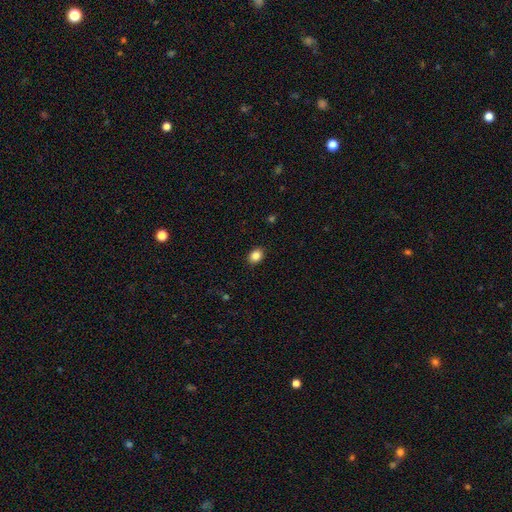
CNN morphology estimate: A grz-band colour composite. It shows a smooth galaxy with no disk features (85%) that is in between round and cigar-shaped (56%). Merging: none (90%).